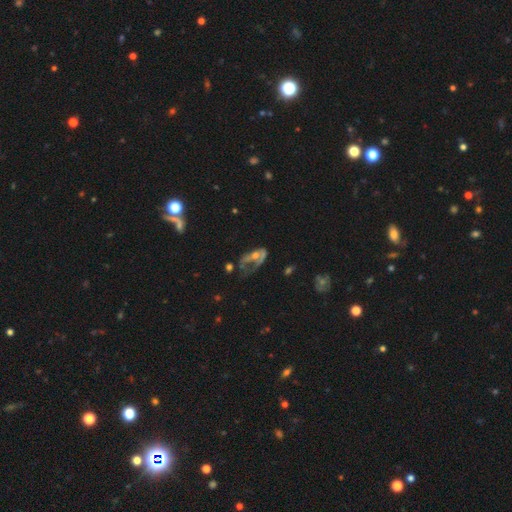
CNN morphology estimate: A featured or disk galaxy (59%) with no bar (75%), no spiral arms (62%) and a moderate central bulge (45%). Merging: major disturbance (50%).